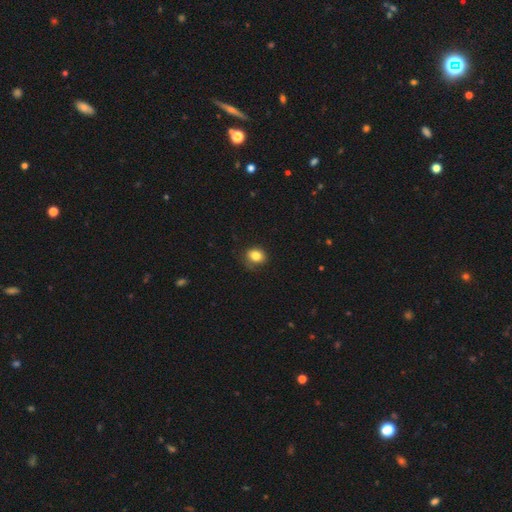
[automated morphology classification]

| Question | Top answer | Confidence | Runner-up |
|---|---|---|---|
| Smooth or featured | smooth | 84% | star or artifact (10%) |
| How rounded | round | 55% | in between (44%) |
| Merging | none | 80% | minor disturbance (16%) |